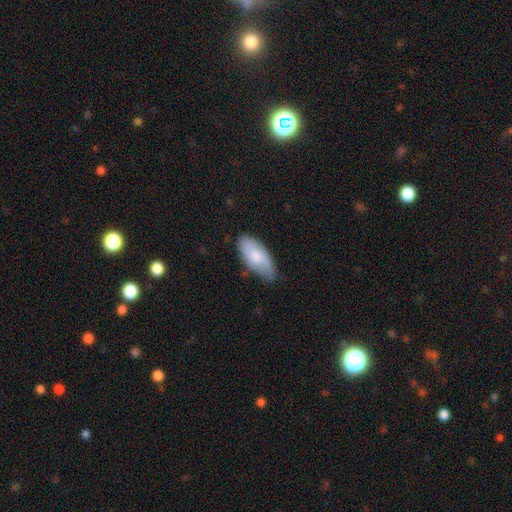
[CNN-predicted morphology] Smooth or featured: smooth — 68% (featured or disk — 26%)
How rounded: in between — 89% (cigar-shaped — 9%)
Merging: none — 65% (minor disturbance — 29%)